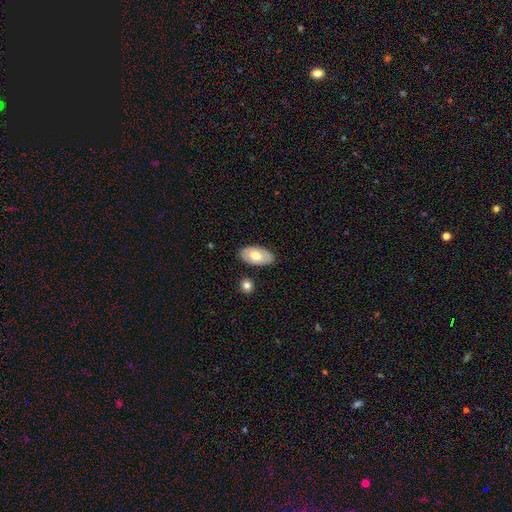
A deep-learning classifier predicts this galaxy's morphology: smooth-or-featured: smooth: 65% | featured or disk: 30% | star or artifact: 6%
  how-rounded: in between: 95% | round: 3% | cigar-shaped: 2%
  merging: none: 83% | minor disturbance: 11% | merger: 3% | major disturbance: 2%